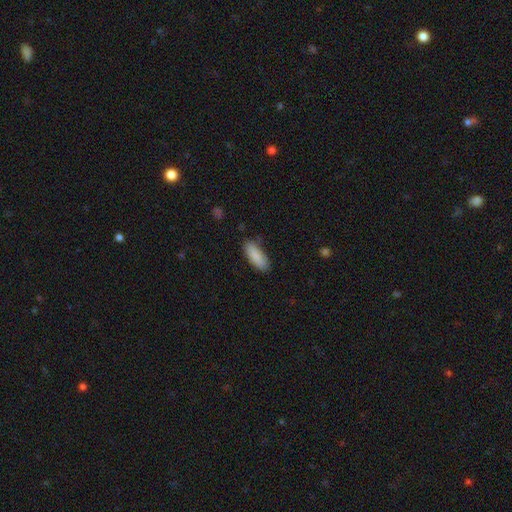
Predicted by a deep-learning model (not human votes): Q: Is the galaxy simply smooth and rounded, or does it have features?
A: smooth — 89%.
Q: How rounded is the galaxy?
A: in between — 71%.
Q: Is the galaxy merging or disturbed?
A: none — 81%.